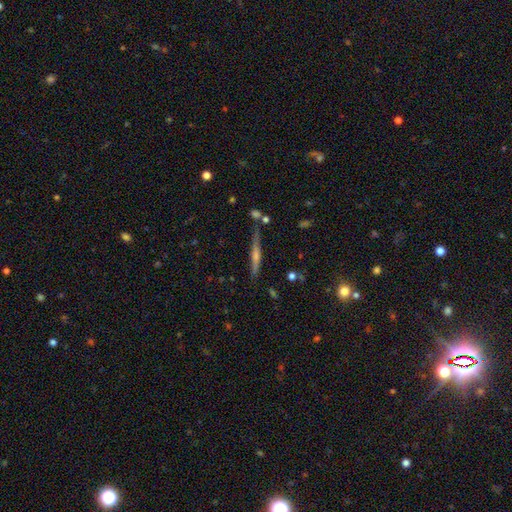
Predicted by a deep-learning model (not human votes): This appears to be a featured or disk galaxy (67%) viewed edge-on (97%) with a rounded central bulge (70%). Merging: none (81%).